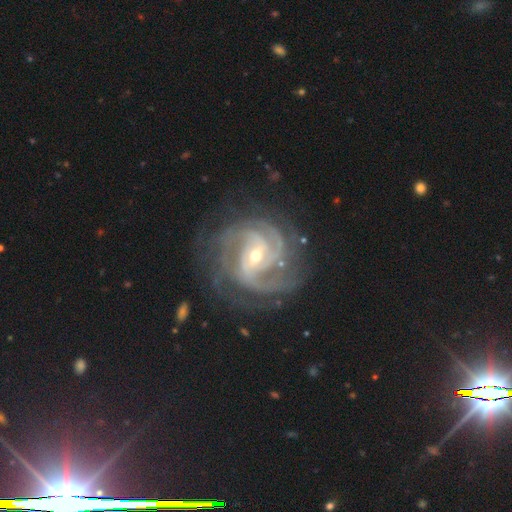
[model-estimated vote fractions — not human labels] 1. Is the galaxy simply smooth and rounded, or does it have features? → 93% featured or disk, 5% star or artifact, 3% smooth.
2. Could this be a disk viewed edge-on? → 98% no, 2% yes.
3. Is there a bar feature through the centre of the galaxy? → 44% weak, 29% no, 28% strong.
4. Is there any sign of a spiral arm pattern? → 99% yes, 1% no.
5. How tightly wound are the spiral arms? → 59% tight, 36% medium, 5% loose.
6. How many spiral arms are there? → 34% 3, 22% 4, 18% 2, 12% can't tell, 7% more than 4, 6% 1.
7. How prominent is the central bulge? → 59% small, 38% moderate, 2% large, 1% none, 1% dominant.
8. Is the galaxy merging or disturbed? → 74% none, 16% minor disturbance, 8% major disturbance, 1% merger.